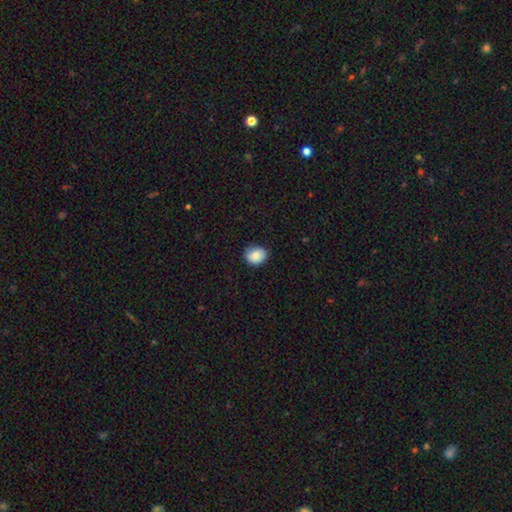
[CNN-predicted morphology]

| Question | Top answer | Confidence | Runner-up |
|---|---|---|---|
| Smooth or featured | smooth | 85% | star or artifact (8%) |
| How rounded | round | 61% | in between (38%) |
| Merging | none | 80% | minor disturbance (16%) |